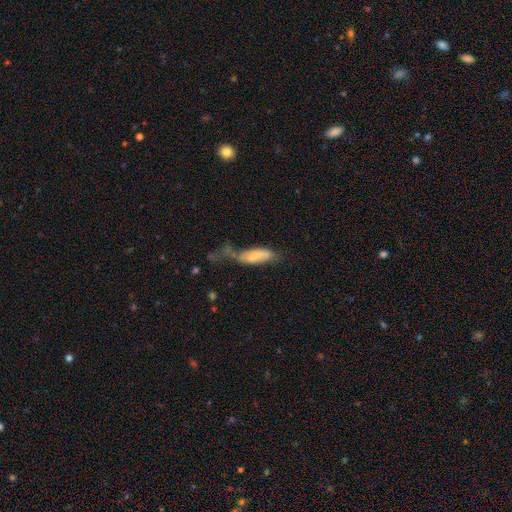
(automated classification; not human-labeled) smooth-or-featured: smooth: 69% | featured or disk: 24% | star or artifact: 7%
  how-rounded: in between: 60% | cigar-shaped: 38% | round: 2%
  merging: major disturbance: 34% | minor disturbance: 28% | none: 23% | merger: 15%